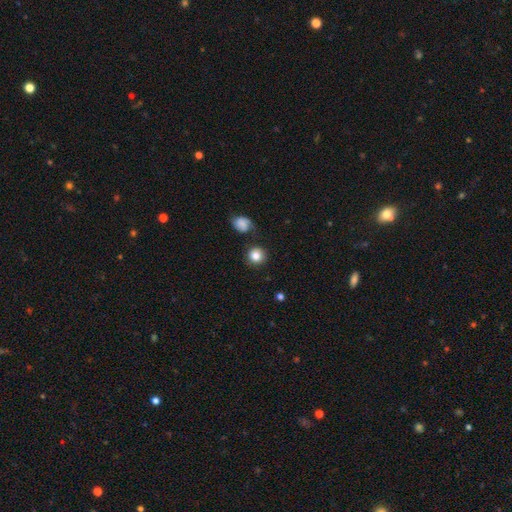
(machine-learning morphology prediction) smooth 84%, star or artifact 9%, featured or disk 7%. Down the decision tree: how rounded — round (92%); merging — none (81%).